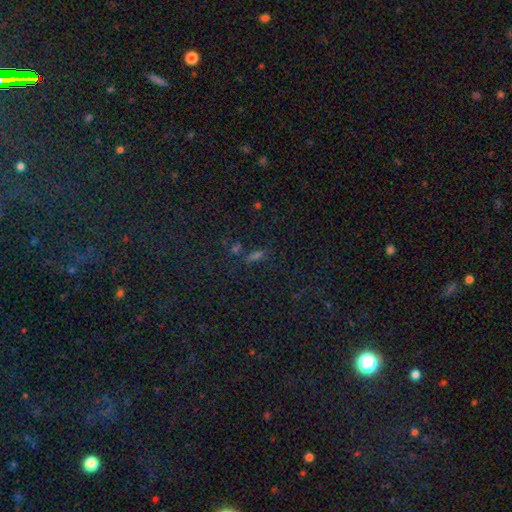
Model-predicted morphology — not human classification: Overall: star or artifact (46%; smooth 40%).